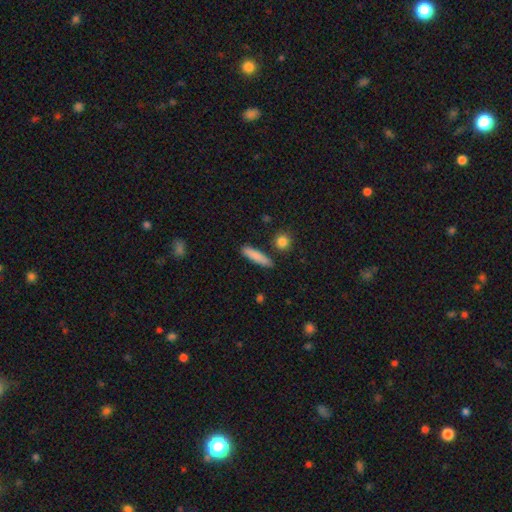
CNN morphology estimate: Smooth or featured?
  - smooth: 84% *
  - featured or disk: 9%
  - star or artifact: 7%
How rounded?
  - cigar-shaped: 81% *
  - in between: 17%
  - round: 2%
Merging?
  - none: 85% *
  - minor disturbance: 10%
  - merger: 3%
  - major disturbance: 2%